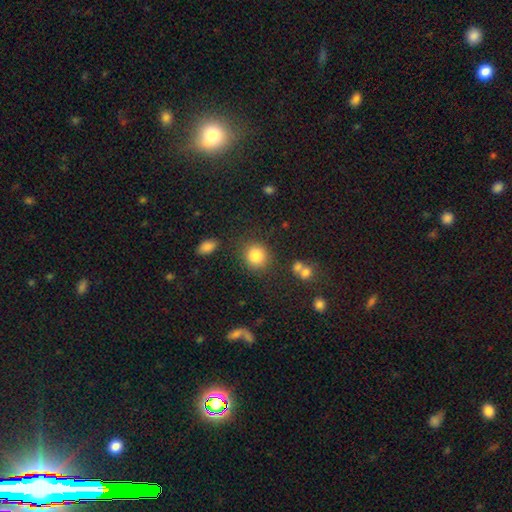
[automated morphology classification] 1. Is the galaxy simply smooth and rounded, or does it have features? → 85% smooth, 10% star or artifact, 6% featured or disk.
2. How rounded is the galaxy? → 82% round, 17% in between, 1% cigar-shaped.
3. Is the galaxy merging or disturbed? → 81% none, 10% minor disturbance, 5% merger, 4% major disturbance.